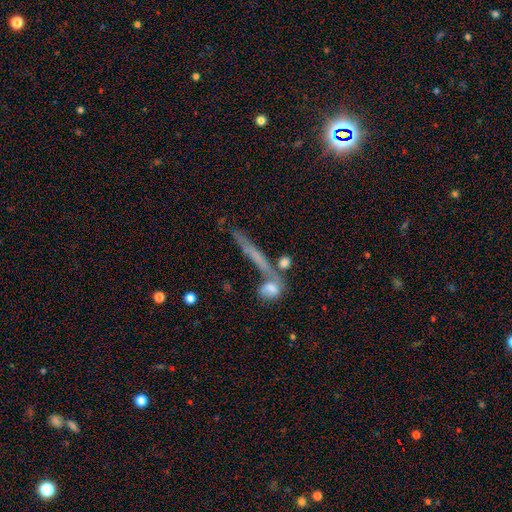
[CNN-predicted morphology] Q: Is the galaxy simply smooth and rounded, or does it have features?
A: smooth — 48%.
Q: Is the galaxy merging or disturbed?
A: none — 58%.